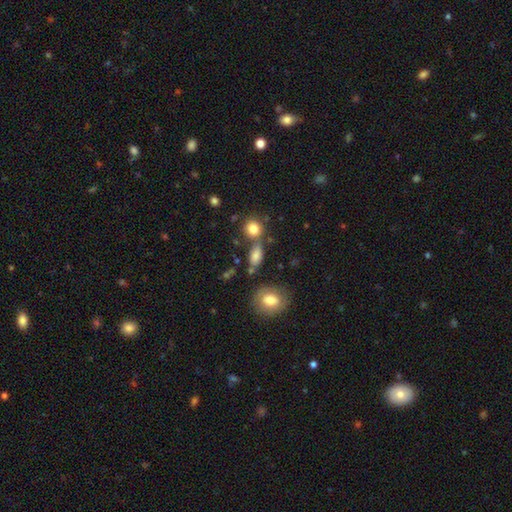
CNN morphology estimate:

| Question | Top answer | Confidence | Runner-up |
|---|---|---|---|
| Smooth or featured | smooth | 79% | star or artifact (11%) |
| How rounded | in between | 75% | round (16%) |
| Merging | none | 57% | merger (22%) |